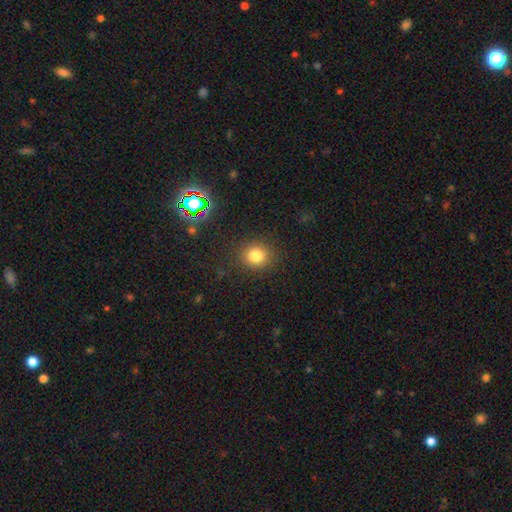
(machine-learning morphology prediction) Smooth or featured? smooth (79%)
How rounded? round (80%)
Merging? none (87%)